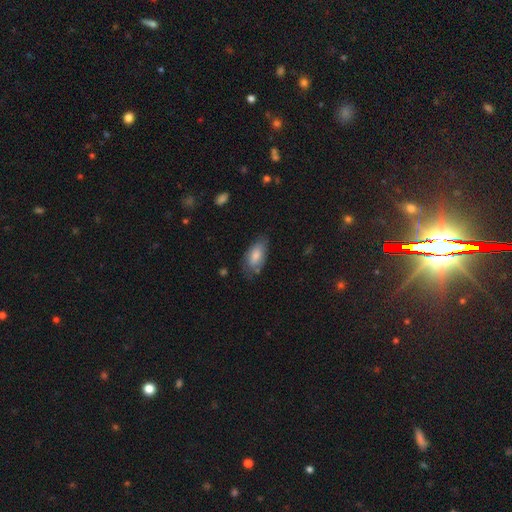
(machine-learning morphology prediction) Smooth or featured: smooth — 80% (featured or disk — 13%)
How rounded: in between — 91% (cigar-shaped — 6%)
Merging: none — 65% (minor disturbance — 26%)